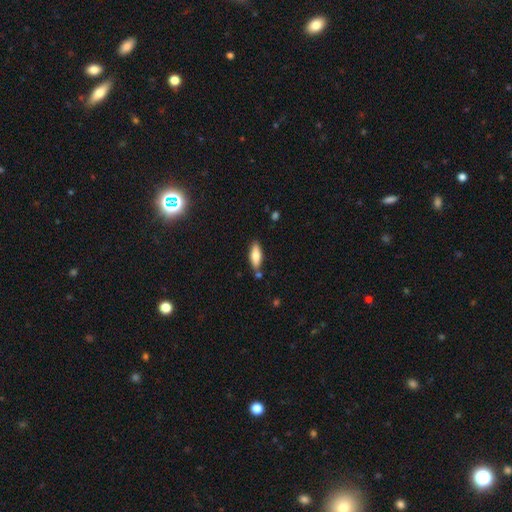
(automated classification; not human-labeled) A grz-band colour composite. It shows a smooth galaxy with no disk features (77%) that is in between round and cigar-shaped (65%). Merging: none (77%).